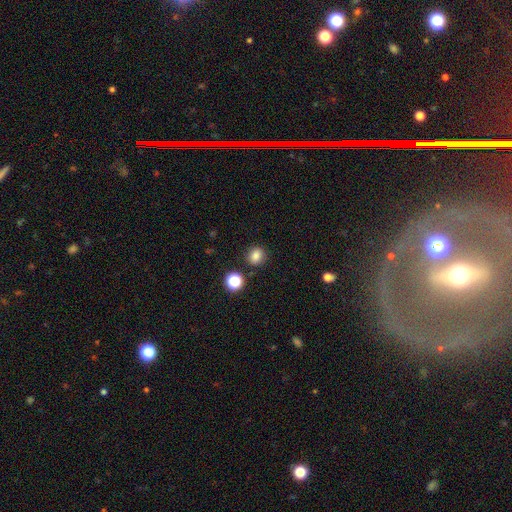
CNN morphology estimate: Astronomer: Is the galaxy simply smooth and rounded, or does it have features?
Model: smooth — 81%.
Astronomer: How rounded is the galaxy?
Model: round — 78%.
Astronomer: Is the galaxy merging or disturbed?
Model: none — 86%.